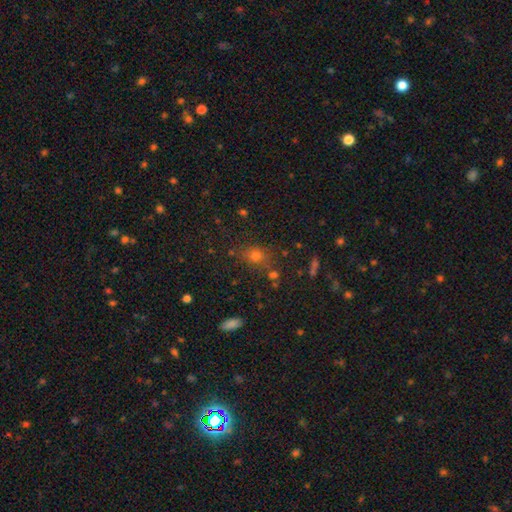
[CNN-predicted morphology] This is likely a smooth galaxy (62%). How rounded: likely round (62%). Merging: likely none (74%).